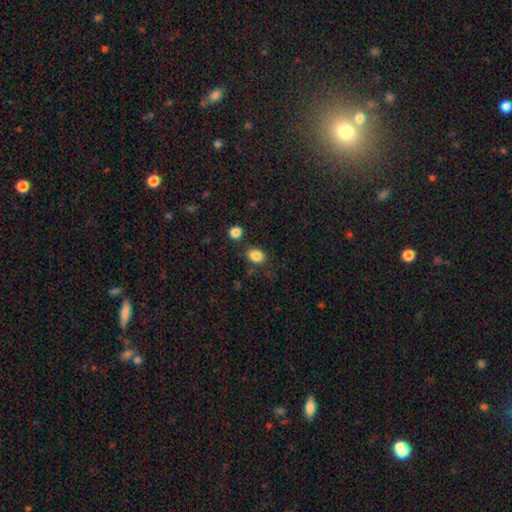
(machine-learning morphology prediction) Q: Smooth or featured?
A: smooth (85%); runner-up: star or artifact (9%)
Q: How rounded?
A: in between (68%); runner-up: round (31%)
Q: Merging?
A: none (77%); runner-up: minor disturbance (12%)